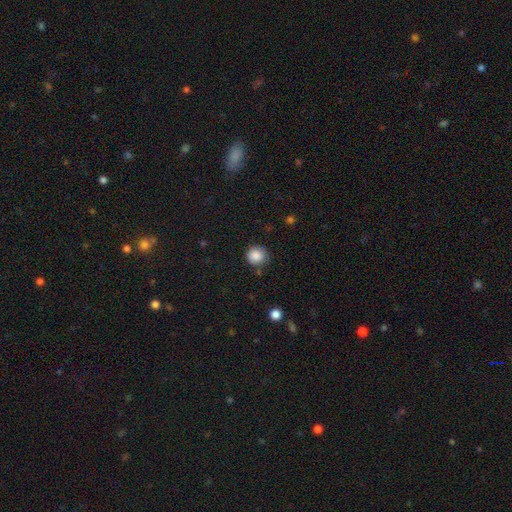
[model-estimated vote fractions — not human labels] Overall: smooth (86%). How rounded: round (92%). Merging: none (82%).